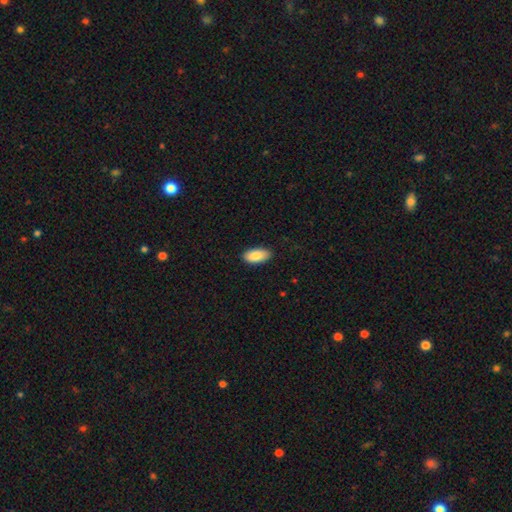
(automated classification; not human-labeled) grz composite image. It shows a smooth galaxy with no disk features (87%) that is in between round and cigar-shaped (93%). Merging: none (87%).